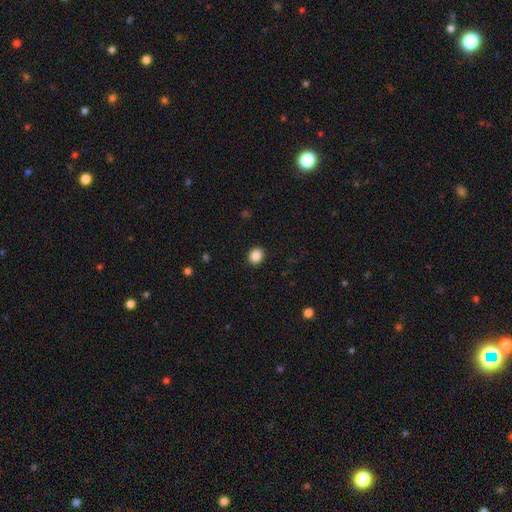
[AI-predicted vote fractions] Morphology: type=smooth (88%); roundness=round (58%); merging=none (91%).